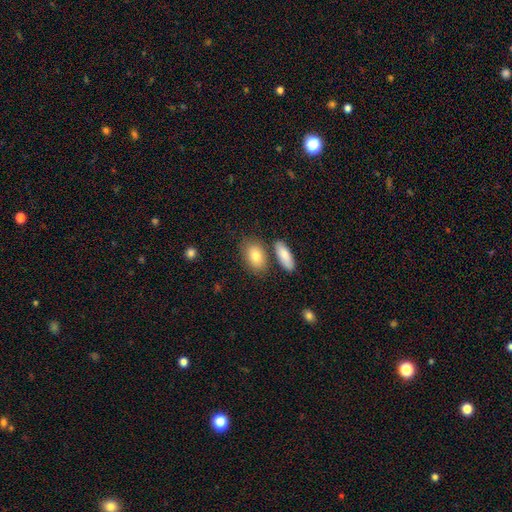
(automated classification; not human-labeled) smooth 82%, featured or disk 12%, star or artifact 7%. Down the decision tree: how rounded — in between (86%); merging — none (67%).